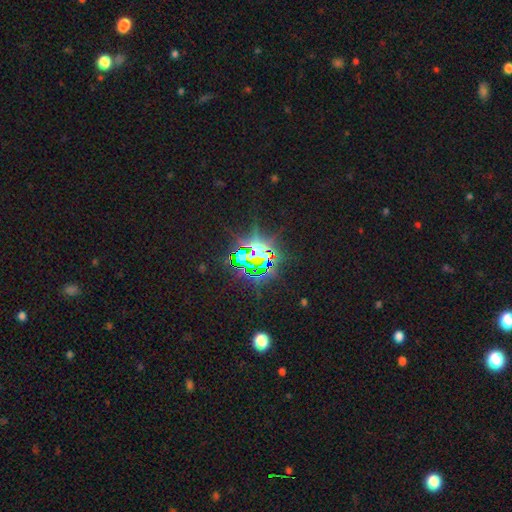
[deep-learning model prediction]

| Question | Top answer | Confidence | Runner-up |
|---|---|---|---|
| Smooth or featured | star or artifact | 83% | featured or disk (9%) |